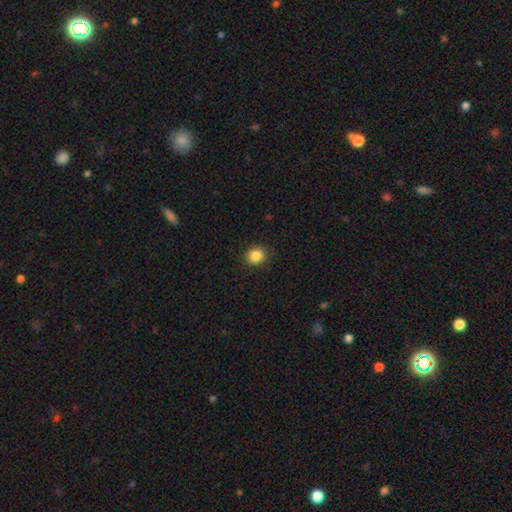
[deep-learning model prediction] Smooth or featured?
  - smooth: 86% *
  - star or artifact: 10%
  - featured or disk: 4%
How rounded?
  - round: 84% *
  - in between: 15%
  - cigar-shaped: 1%
Merging?
  - none: 88% *
  - minor disturbance: 9%
  - major disturbance: 2%
  - merger: 1%